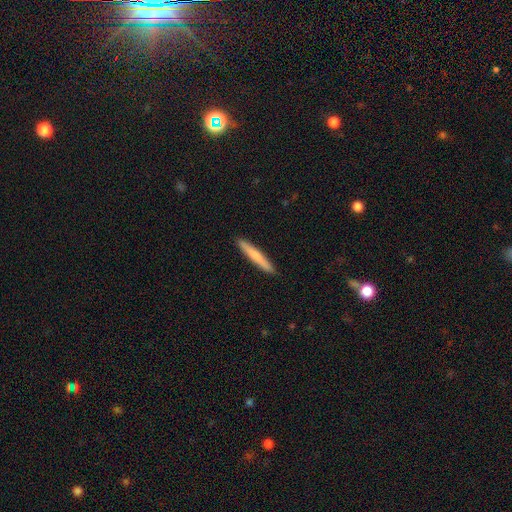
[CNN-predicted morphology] type=smooth (68%); roundness=cigar-shaped (96%); merging=none (92%).